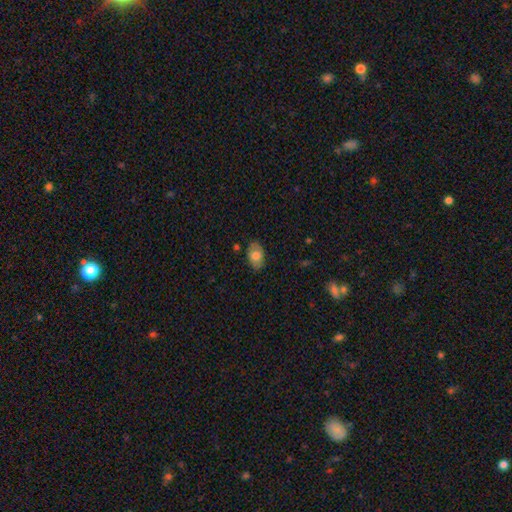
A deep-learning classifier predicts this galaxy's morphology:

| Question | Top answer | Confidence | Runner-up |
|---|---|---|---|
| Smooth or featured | smooth | 69% | featured or disk (24%) |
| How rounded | in between | 90% | round (9%) |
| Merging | none | 79% | minor disturbance (16%) |